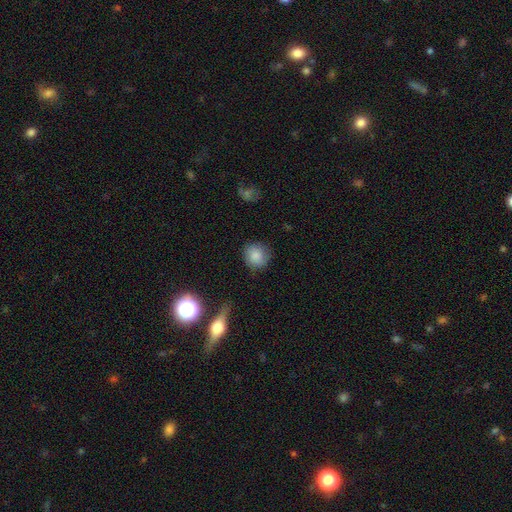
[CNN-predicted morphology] smooth 85%, star or artifact 8%, featured or disk 7%. Down the decision tree: how rounded — round (86%); merging — none (80%).